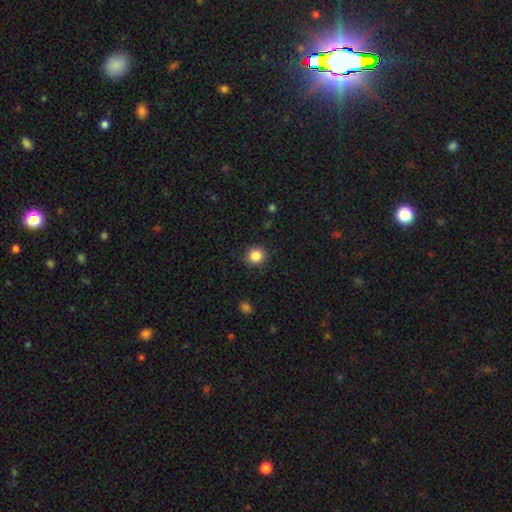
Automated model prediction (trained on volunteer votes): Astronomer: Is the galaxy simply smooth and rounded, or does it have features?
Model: smooth — 86%.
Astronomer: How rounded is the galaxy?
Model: round — 91%.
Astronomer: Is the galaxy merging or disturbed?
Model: none — 90%.